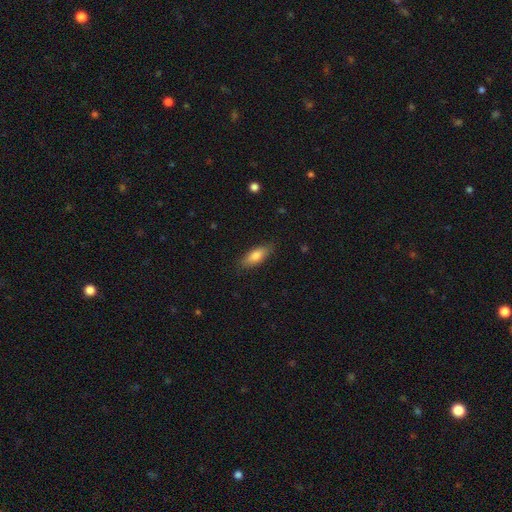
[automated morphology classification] smooth-or-featured: smooth: 79% | featured or disk: 15% | star or artifact: 6%
  how-rounded: in between: 72% | cigar-shaped: 26% | round: 2%
  merging: none: 84% | minor disturbance: 12% | major disturbance: 2% | merger: 1%